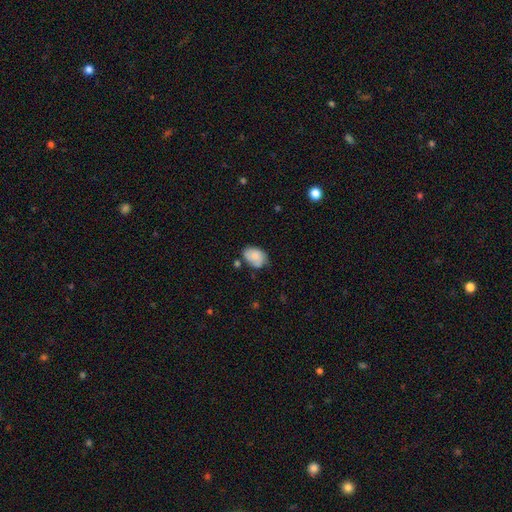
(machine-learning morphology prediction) type=smooth (66%); roundness=in between (80%); merging=none (55%).